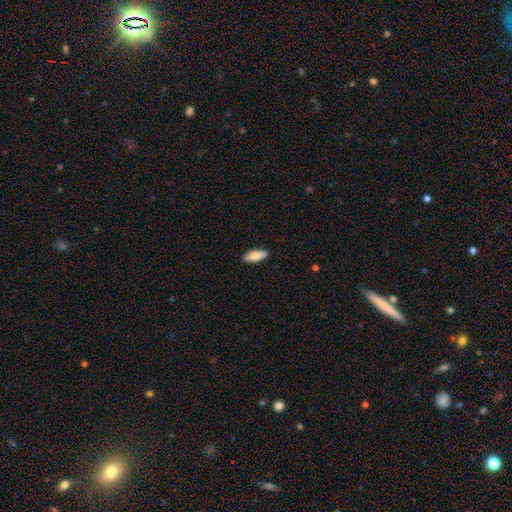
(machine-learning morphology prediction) type=smooth (76%); roundness=in between (78%); merging=none (87%).